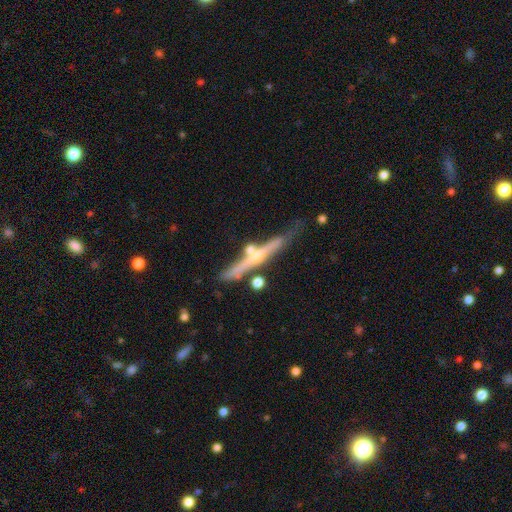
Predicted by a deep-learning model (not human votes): smooth_or_featured: featured or disk (p=0.70) [alt: smooth p=0.23]
disk_edge_on: yes (p=0.95) [alt: no p=0.05]
edge_on_bulge: rounded (p=0.70) [alt: none p=0.25]
merging: none (p=0.62) [alt: minor disturbance p=0.19]